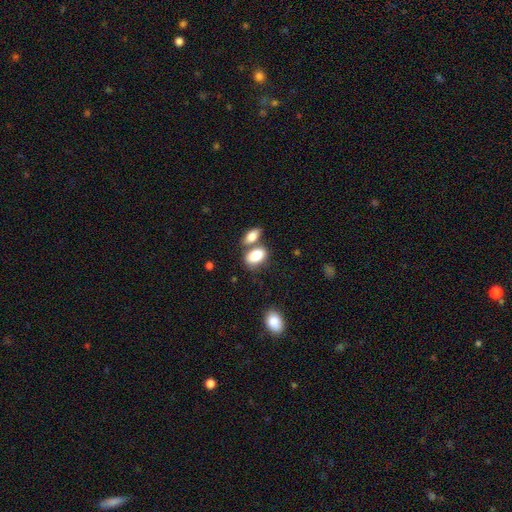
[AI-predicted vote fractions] A smooth galaxy with no disk features (84%) that is in between round and cigar-shaped (88%).

Vote fractions:
- Smooth or featured? smooth: 84% / featured or disk: 8% / star or artifact: 7%
- How rounded? in between: 88% / round: 10% / cigar-shaped: 2%
- Merging? none: 45% / merger: 39% / minor disturbance: 12% / major disturbance: 4%